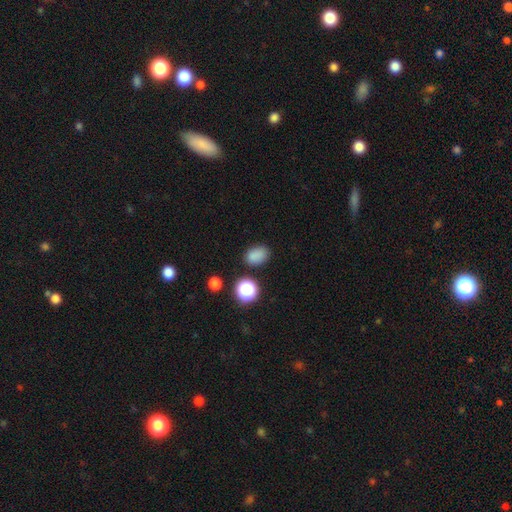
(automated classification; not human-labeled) A smooth galaxy with no disk features (82%) that is in between round and cigar-shaped (75%). Merging: none (80%).